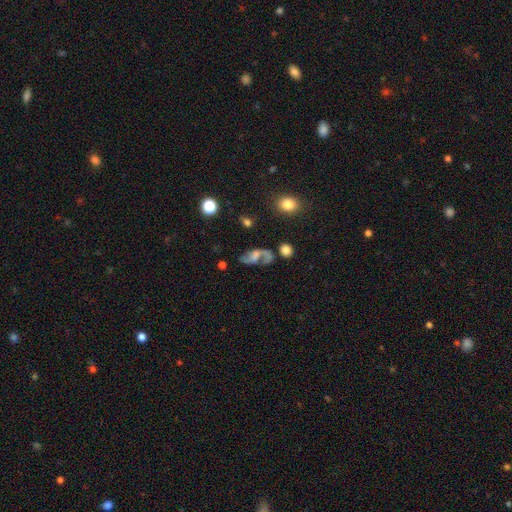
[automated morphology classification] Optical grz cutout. It shows a featured or disk galaxy (71%) with no bar (51%), 2 (81%) loose (61%) spiral arms (86%) and no central bulge (34%). Merging: none (45%).